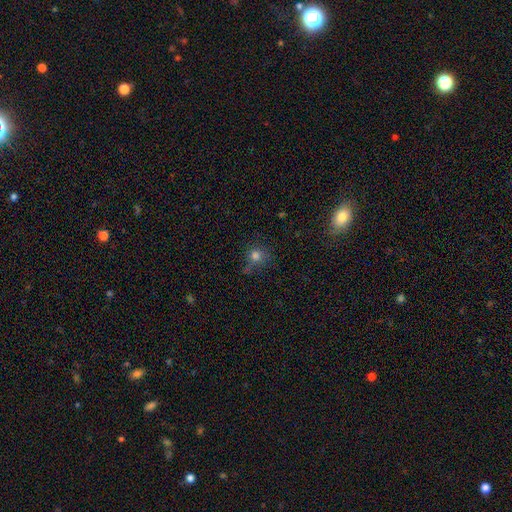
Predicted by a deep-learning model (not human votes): Smooth or featured? Predicted: smooth (p=0.77). How rounded? Predicted: round (p=0.87). Merging? Predicted: none (p=0.64).